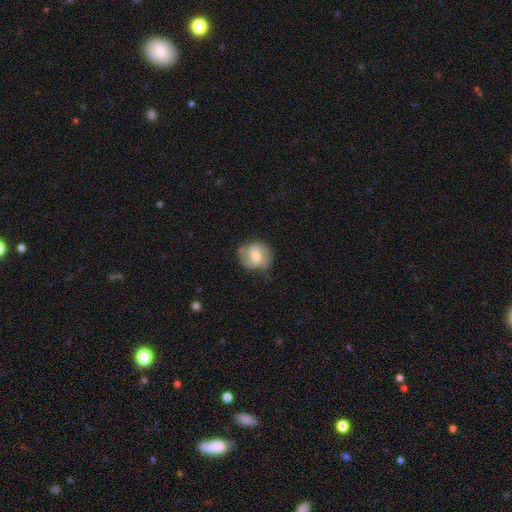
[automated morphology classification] Smooth or featured?
  - featured or disk: 57% *
  - smooth: 36%
  - star or artifact: 7%
Edge-on disk?
  - no: 97% *
  - yes: 3%
Bar?
  - weak: 48% *
  - no: 36%
  - strong: 16%
Spiral arms?
  - yes: 85% *
  - no: 15%
Bulge size?
  - moderate: 59% *
  - small: 34%
  - large: 4%
  - none: 2%
  - dominant: 1%
Merging?
  - none: 65% *
  - minor disturbance: 25%
  - major disturbance: 9%
  - merger: 1%